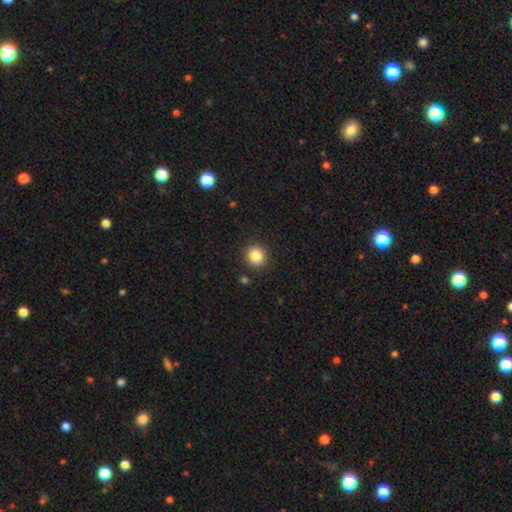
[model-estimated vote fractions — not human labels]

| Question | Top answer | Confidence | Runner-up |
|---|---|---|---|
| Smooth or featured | smooth | 84% | star or artifact (11%) |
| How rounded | round | 92% | in between (7%) |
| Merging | none | 89% | minor disturbance (7%) |